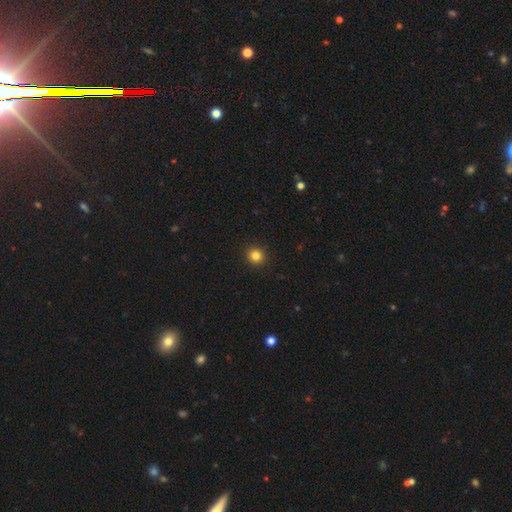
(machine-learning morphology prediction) Smooth or featured: smooth — 84% (star or artifact — 12%)
How rounded: round — 91% (in between — 8%)
Merging: none — 93% (minor disturbance — 5%)